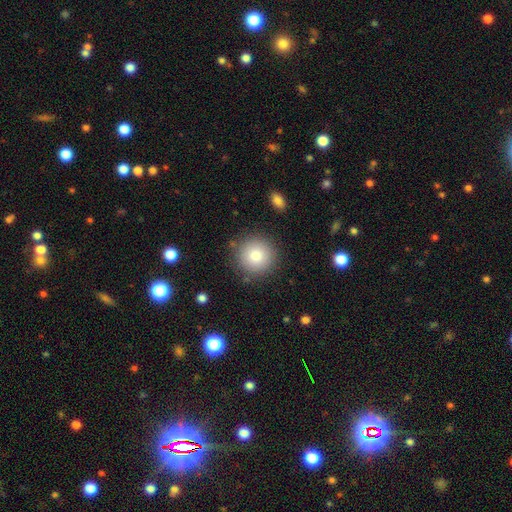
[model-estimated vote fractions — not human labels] Overall: smooth (81%). How rounded: round (95%). Merging: none (87%).